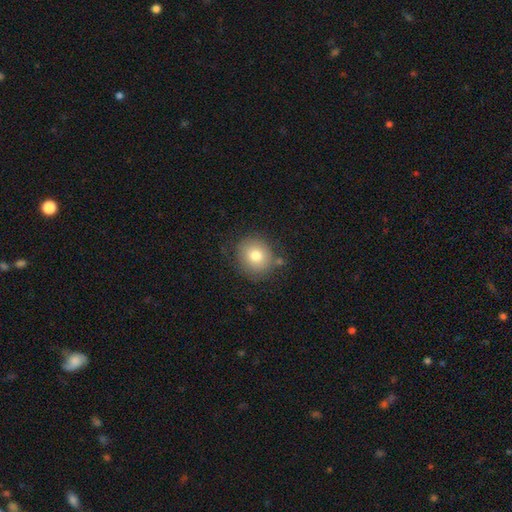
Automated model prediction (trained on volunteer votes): smooth 79%, featured or disk 12%, star or artifact 10%. Down the decision tree: how rounded — round (84%); merging — none (80%).